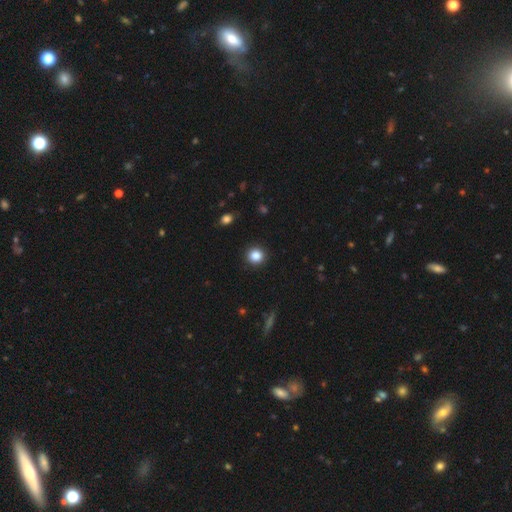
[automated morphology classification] smooth_or_featured: smooth (p=0.86) [alt: star or artifact p=0.11]
how_rounded: round (p=0.92) [alt: in between p=0.07]
merging: none (p=0.92) [alt: minor disturbance p=0.05]